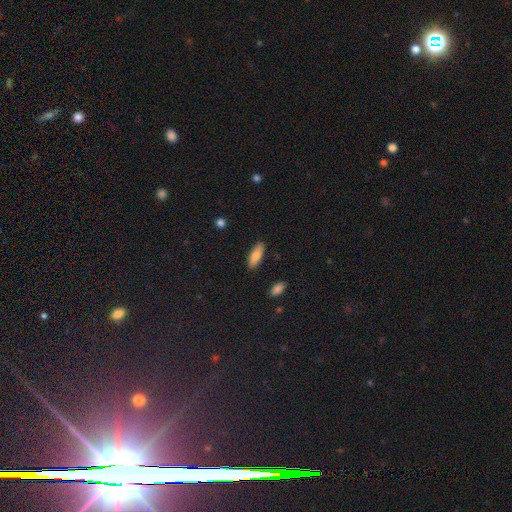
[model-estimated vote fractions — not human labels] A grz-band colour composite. It shows a smooth galaxy with no disk features (86%) that is in between round and cigar-shaped (64%). Merging: none (87%).